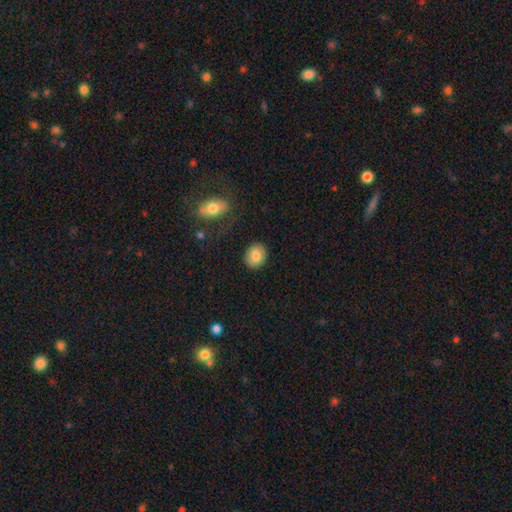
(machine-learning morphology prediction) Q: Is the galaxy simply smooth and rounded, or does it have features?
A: smooth — 81%.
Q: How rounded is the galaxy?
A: round — 63%.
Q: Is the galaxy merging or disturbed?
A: none — 86%.